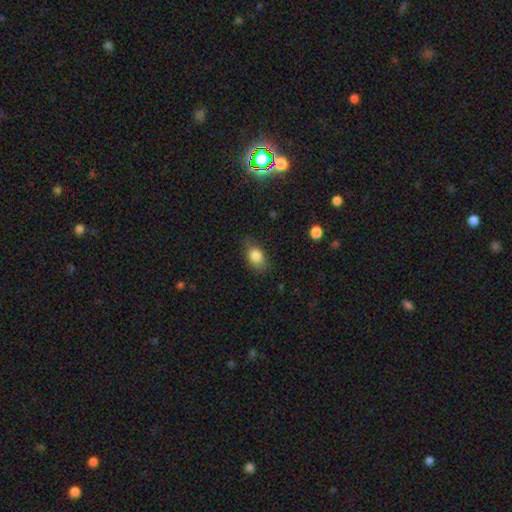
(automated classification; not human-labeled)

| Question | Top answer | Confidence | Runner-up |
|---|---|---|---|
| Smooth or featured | smooth | 83% | featured or disk (9%) |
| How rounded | in between | 82% | round (16%) |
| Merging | none | 76% | minor disturbance (18%) |